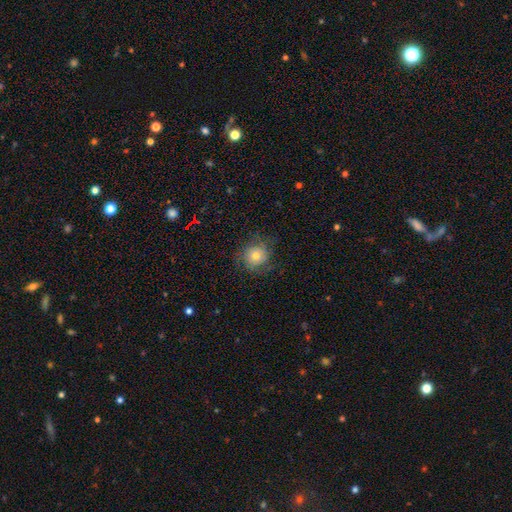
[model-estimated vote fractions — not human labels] Smooth or featured? smooth (55%)
How rounded? round (88%)
Merging? none (71%)